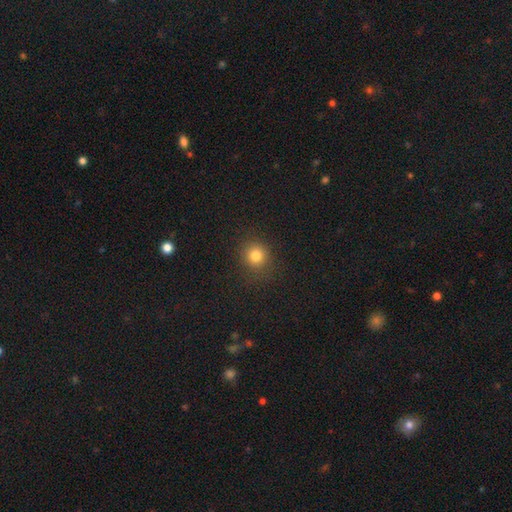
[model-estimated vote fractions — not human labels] Smooth or featured: smooth — 81% (star or artifact — 14%)
How rounded: round — 88% (in between — 11%)
Merging: none — 87% (minor disturbance — 8%)